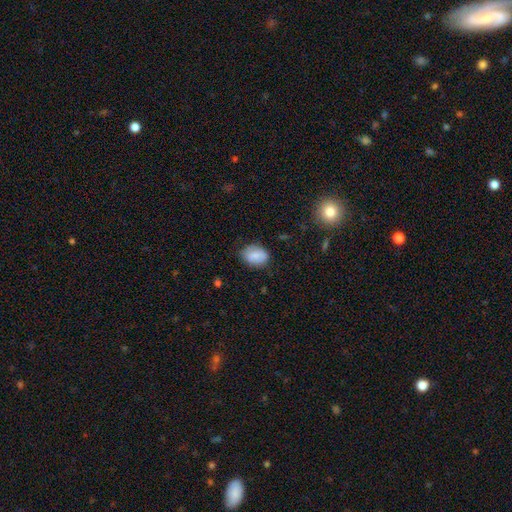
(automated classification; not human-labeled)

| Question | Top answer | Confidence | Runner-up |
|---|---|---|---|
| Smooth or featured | smooth | 77% | featured or disk (15%) |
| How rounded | in between | 66% | round (33%) |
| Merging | none | 74% | minor disturbance (19%) |